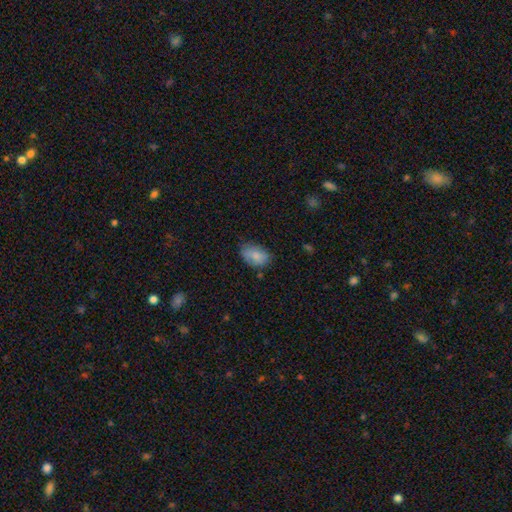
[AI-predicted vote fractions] Smooth or featured? Predicted: smooth (p=0.83). How rounded? Predicted: in between (p=0.88). Merging? Predicted: none (p=0.66).